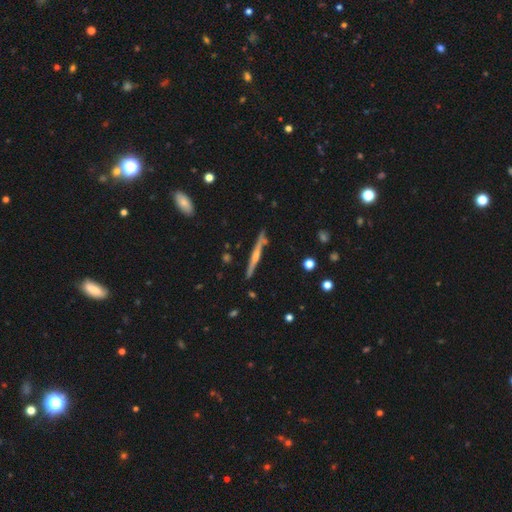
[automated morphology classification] The model was most divided on "edge-on bulge": rounded: 71%, none: 23%, boxy: 7%. More confident: edge-on disk — yes (97%); merging — none (84%); smooth or featured — featured or disk (72%).